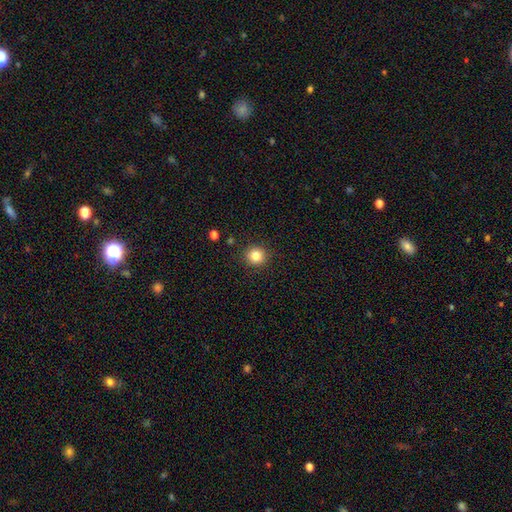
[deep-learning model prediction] The model was most divided on "smooth or featured": smooth: 83%, star or artifact: 11%, featured or disk: 6%. More confident: how rounded — round (91%); merging — none (90%).